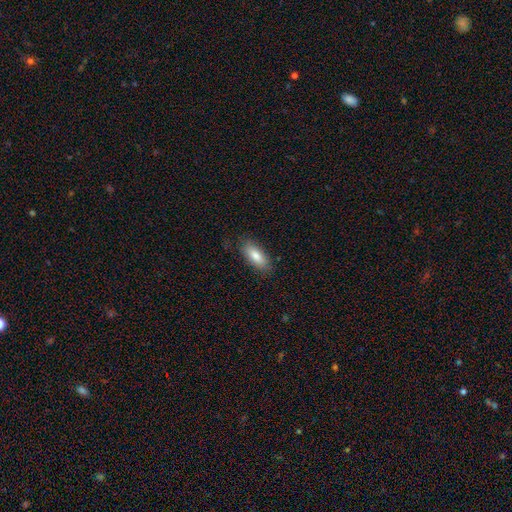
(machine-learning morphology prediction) This appears to be a smooth galaxy with no disk features (80%) that is in between round and cigar-shaped (78%). Merging: none (83%).